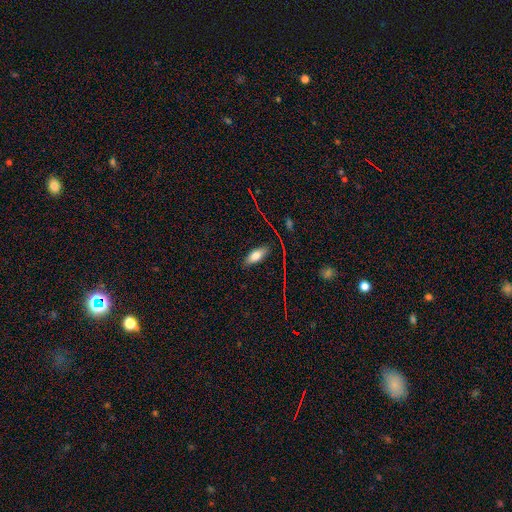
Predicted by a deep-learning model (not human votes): The model was most divided on "smooth or featured": smooth: 73%, featured or disk: 17%, star or artifact: 10%. More confident: merging — none (84%); how rounded — in between (81%).